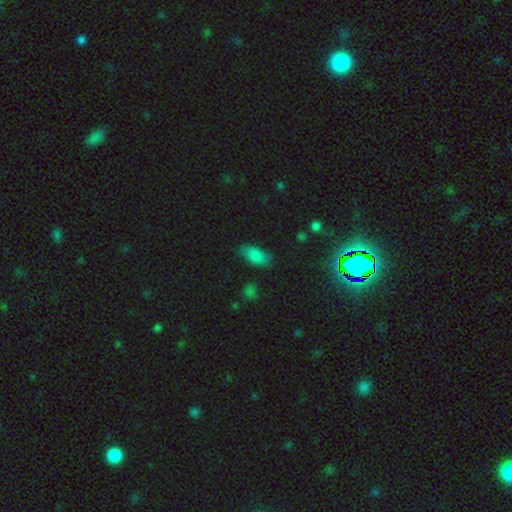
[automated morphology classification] Smooth or featured?
  - smooth: 79% *
  - star or artifact: 11%
  - featured or disk: 10%
How rounded?
  - in between: 90% *
  - cigar-shaped: 6%
  - round: 4%
Merging?
  - none: 72% *
  - minor disturbance: 20%
  - major disturbance: 5%
  - merger: 2%